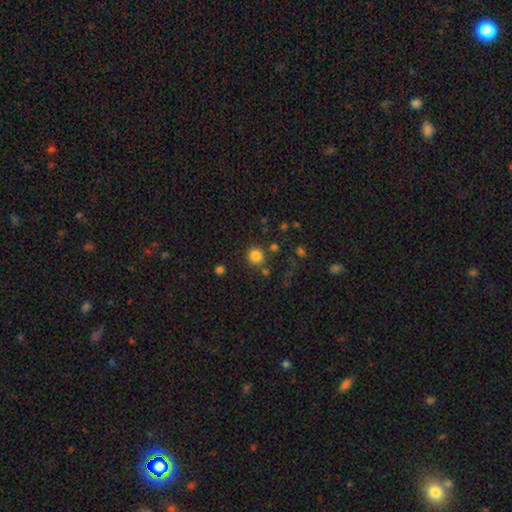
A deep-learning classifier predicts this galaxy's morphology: Smooth or featured? Predicted: smooth (p=0.83). How rounded? Predicted: round (p=0.92). Merging? Predicted: none (p=0.81).